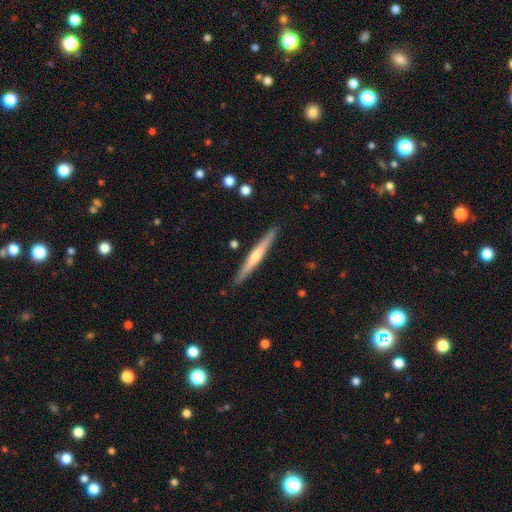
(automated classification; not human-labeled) Smooth or featured: featured or disk — 57% (smooth — 38%)
Edge-on disk: yes — 97% (no — 3%)
Edge-on bulge: rounded — 62% (none — 30%)
Merging: none — 90% (minor disturbance — 7%)